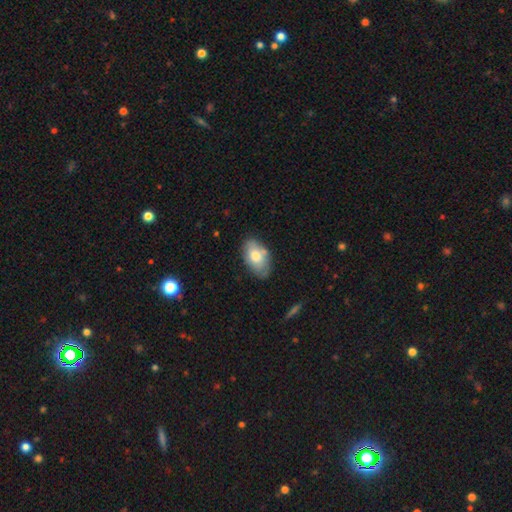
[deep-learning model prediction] smooth_or_featured: smooth (p=0.72) [alt: featured or disk p=0.22]
how_rounded: in between (p=0.92) [alt: round p=0.06]
merging: none (p=0.68) [alt: minor disturbance p=0.23]